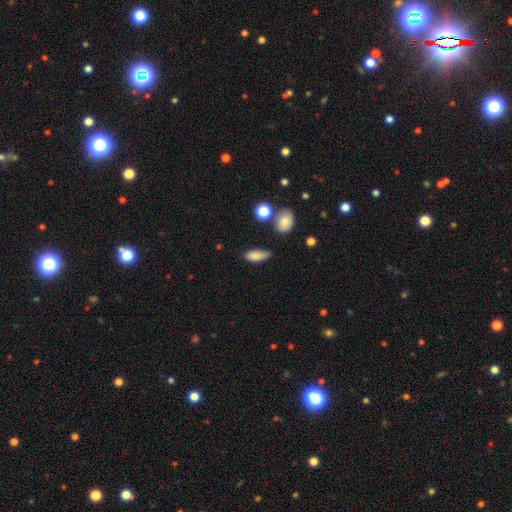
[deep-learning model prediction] Smooth or featured? smooth (83%)
How rounded? in between (77%)
Merging? none (60%)